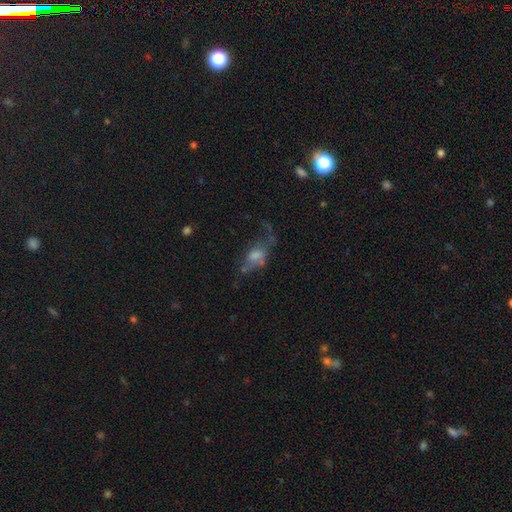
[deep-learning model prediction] smooth_or_featured: smooth (p=0.42) [tied with: featured or disk p=0.42]
merging: major disturbance (p=0.40) [alt: none p=0.32]